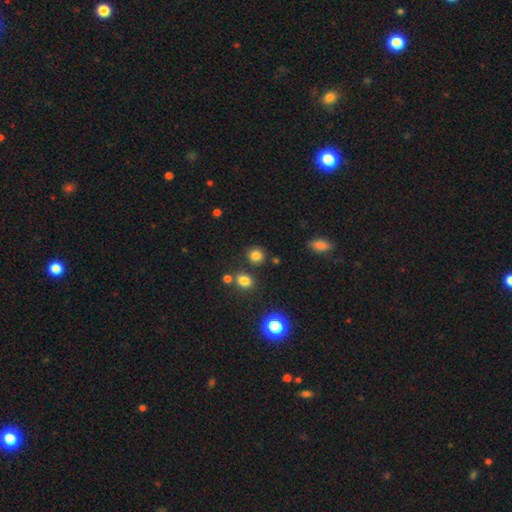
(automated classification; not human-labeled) A smooth galaxy with no disk features (81%) that is round (85%).

Vote fractions:
- Smooth or featured? smooth: 81% / star or artifact: 13% / featured or disk: 5%
- How rounded? round: 85% / in between: 13% / cigar-shaped: 1%
- Merging? none: 83% / minor disturbance: 8% / merger: 6% / major disturbance: 3%